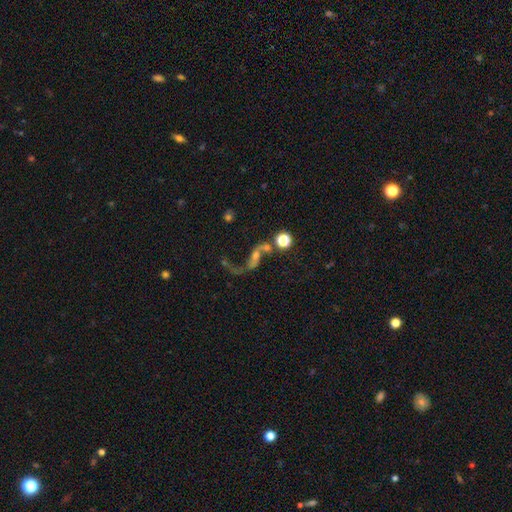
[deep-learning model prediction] smooth-or-featured: featured or disk: 70% | star or artifact: 15% | smooth: 15%
  disk-edge-on: no: 93% | yes: 7%
    bar: no: 55% | weak: 31% | strong: 15%
    has-spiral-arms: yes: 85% | no: 15%
      spiral-winding: loose: 92% | medium: 6% | tight: 2%
      spiral-arm-count: 2: 81% | 1: 14% | can't tell: 2% | 3: 1% | more than 4: 1% | 4: 1%
    bulge-size: small: 42% | moderate: 31% | none: 18% | large: 7% | dominant: 3%
  merging: none: 40% | merger: 26% | major disturbance: 21% | minor disturbance: 13%